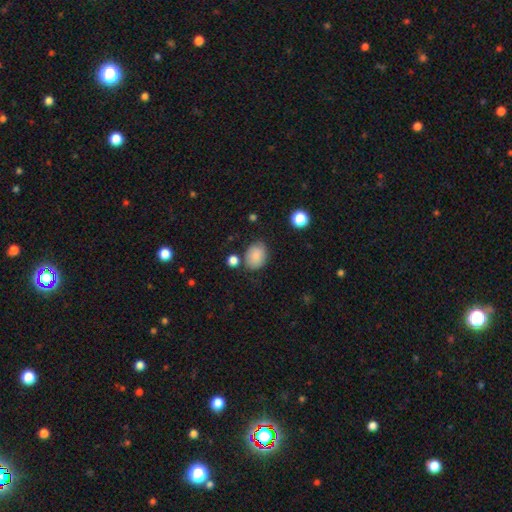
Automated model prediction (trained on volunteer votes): The model was most divided on "how rounded": in between: 67%, round: 32%, cigar-shaped: 1%. More confident: smooth or featured — smooth (85%); merging — none (73%).